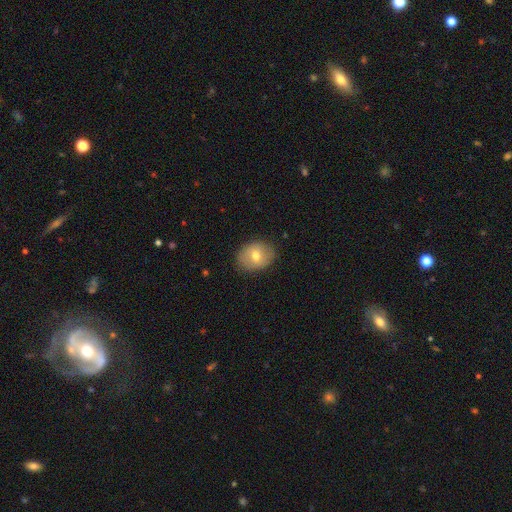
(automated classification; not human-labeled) A smooth galaxy with no disk features (68%) that is in between round and cigar-shaped (56%).

Vote fractions:
- Smooth or featured? smooth: 68% / featured or disk: 24% / star or artifact: 8%
- How rounded? in between: 56% / round: 43% / cigar-shaped: 1%
- Merging? none: 83% / minor disturbance: 13% / major disturbance: 3% / merger: 1%